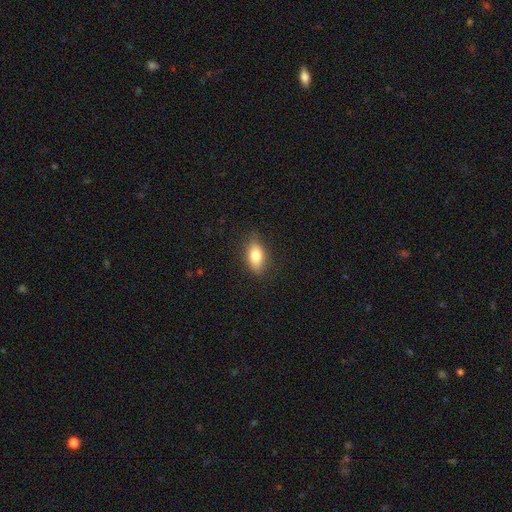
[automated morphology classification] smooth-or-featured: smooth: 79% | featured or disk: 13% | star or artifact: 7%
  how-rounded: in between: 85% | cigar-shaped: 8% | round: 6%
  merging: none: 83% | minor disturbance: 13% | major disturbance: 3% | merger: 1%